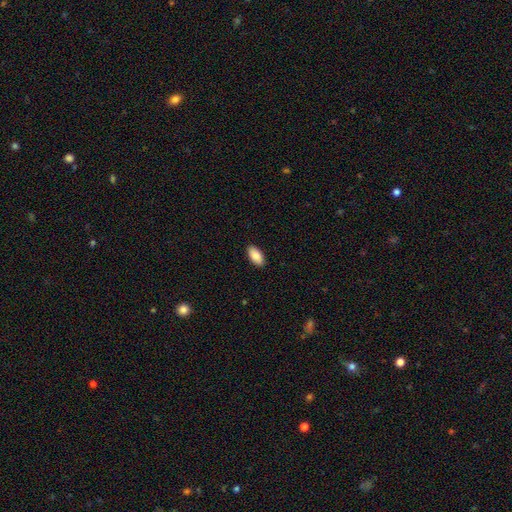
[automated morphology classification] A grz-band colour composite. It shows a smooth galaxy with no disk features (87%) that is in between round and cigar-shaped (94%). Merging: none (90%).